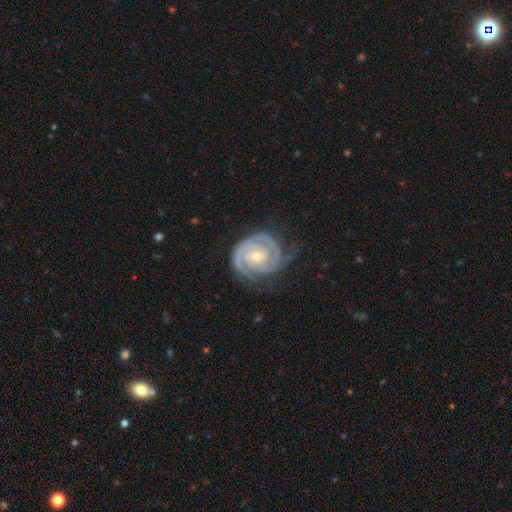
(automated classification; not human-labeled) A featured or disk galaxy (91%) with no bar (62%), 2 (52%) tight (76%) spiral arms (98%) and a small central bulge (58%). Merging: none (67%).